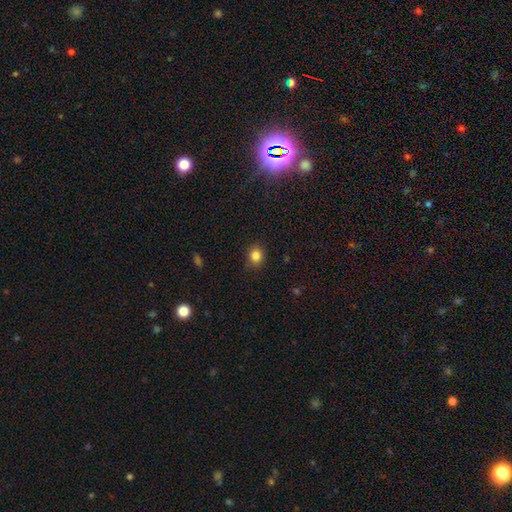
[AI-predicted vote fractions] Smooth or featured? smooth (84%)
How rounded? round (69%)
Merging? none (85%)